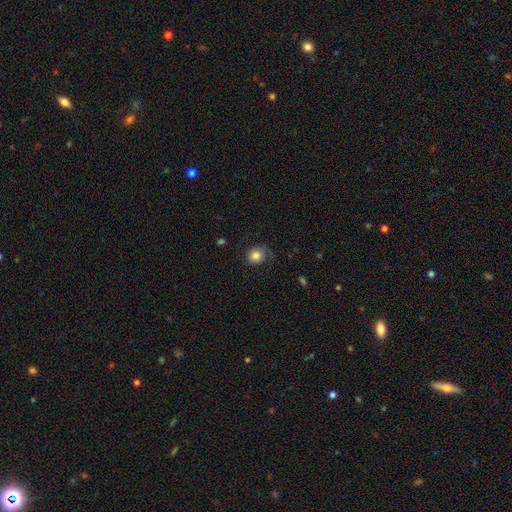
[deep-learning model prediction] smooth 67%, featured or disk 24%, star or artifact 9%. Down the decision tree: how rounded — round (75%); merging — none (56%).